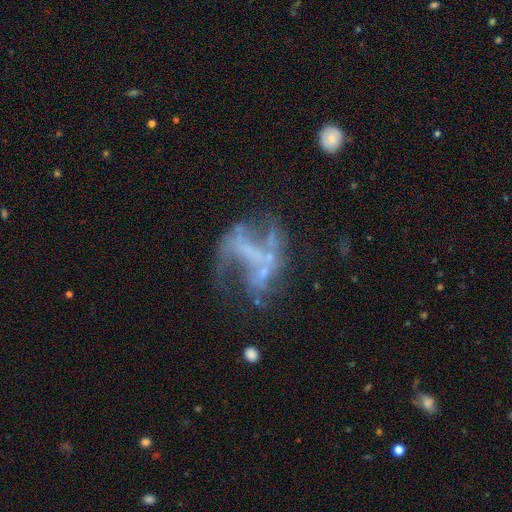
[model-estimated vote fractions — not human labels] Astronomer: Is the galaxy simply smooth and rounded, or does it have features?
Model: featured or disk — 73%.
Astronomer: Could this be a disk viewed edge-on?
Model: no — 97%.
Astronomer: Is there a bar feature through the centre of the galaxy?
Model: no — 48% (runner-up: weak, 27%).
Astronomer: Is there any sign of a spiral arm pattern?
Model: yes — 53% (runner-up: no, 47%).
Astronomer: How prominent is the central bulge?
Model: none — 72%.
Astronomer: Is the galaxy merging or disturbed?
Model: major disturbance — 37% (runner-up: none, 35%).